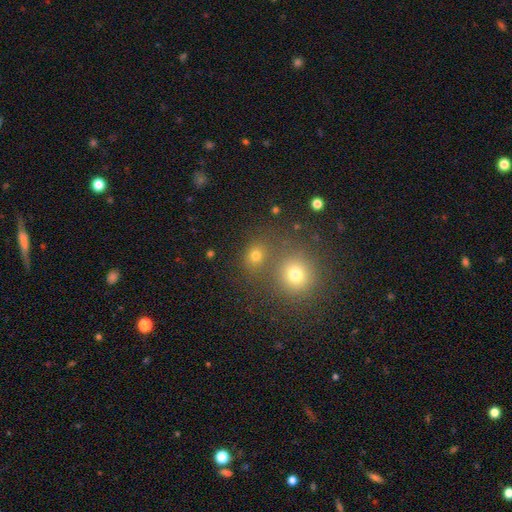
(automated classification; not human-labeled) Smooth or featured? smooth (71%)
How rounded? round (79%)
Merging? none (65%)